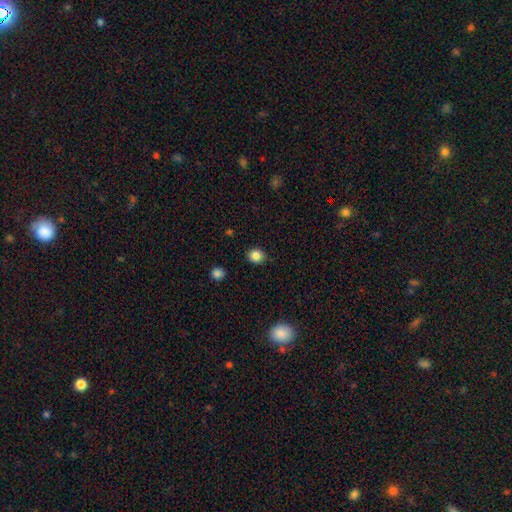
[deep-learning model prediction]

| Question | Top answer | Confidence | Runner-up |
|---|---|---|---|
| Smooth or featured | smooth | 85% | star or artifact (11%) |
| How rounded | round | 81% | in between (18%) |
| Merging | none | 89% | minor disturbance (8%) |